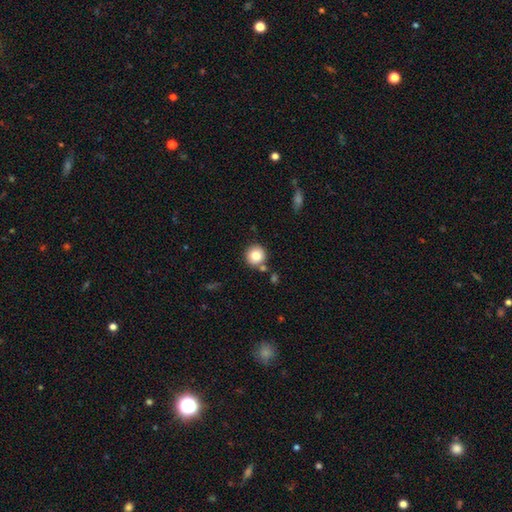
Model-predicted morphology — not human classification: smooth_or_featured: smooth (p=0.81) [alt: star or artifact p=0.10]
how_rounded: round (p=0.93) [alt: in between p=0.06]
merging: none (p=0.79) [alt: minor disturbance p=0.09]